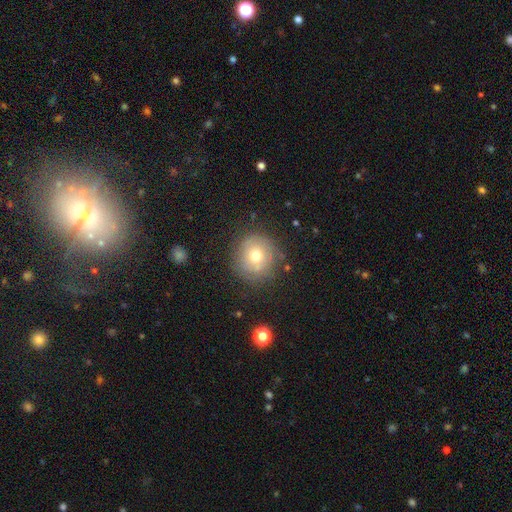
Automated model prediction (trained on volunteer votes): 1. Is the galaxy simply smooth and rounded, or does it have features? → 63% smooth, 25% featured or disk, 12% star or artifact.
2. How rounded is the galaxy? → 90% round, 9% in between, 1% cigar-shaped.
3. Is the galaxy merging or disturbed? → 76% none, 15% minor disturbance, 6% major disturbance, 3% merger.